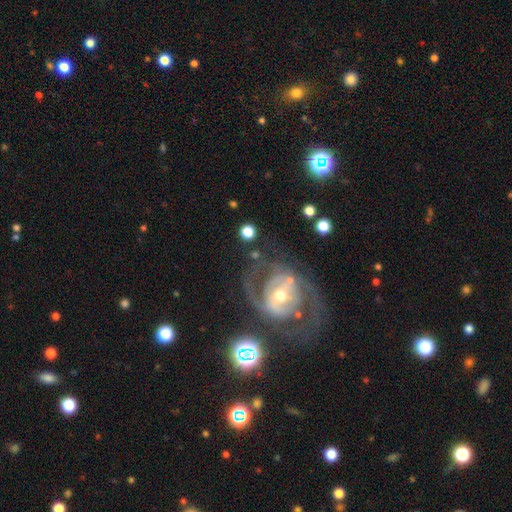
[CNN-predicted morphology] This appears to be a featured or disk galaxy (78%) with no bar (42%), 2 (68%) medium (45%) spiral arms (78%) and a moderate central bulge (59%). Merging: none (56%).